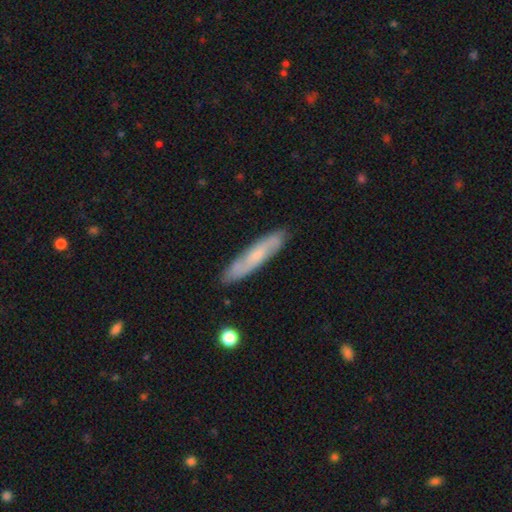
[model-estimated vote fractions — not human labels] Smooth or featured? Predicted: featured or disk (p=0.49). Merging? Predicted: none (p=0.86).